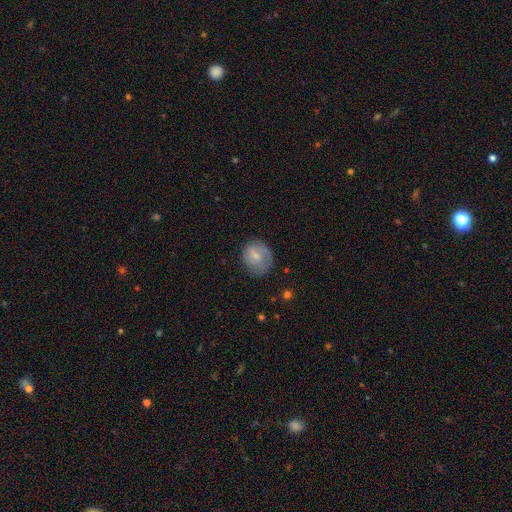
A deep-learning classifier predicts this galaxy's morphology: smooth_or_featured: smooth (p=0.68) [alt: featured or disk p=0.24]
how_rounded: round (p=0.71) [alt: in between p=0.28]
merging: none (p=0.64) [alt: minor disturbance p=0.25]